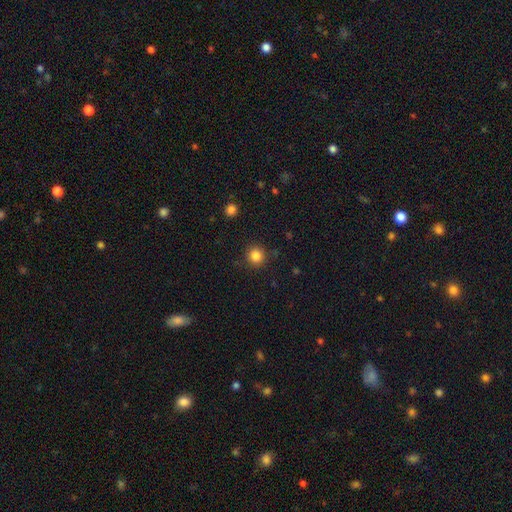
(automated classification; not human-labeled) This is clearly a smooth galaxy (84%). How rounded: clearly round (92%). Merging: clearly none (89%).